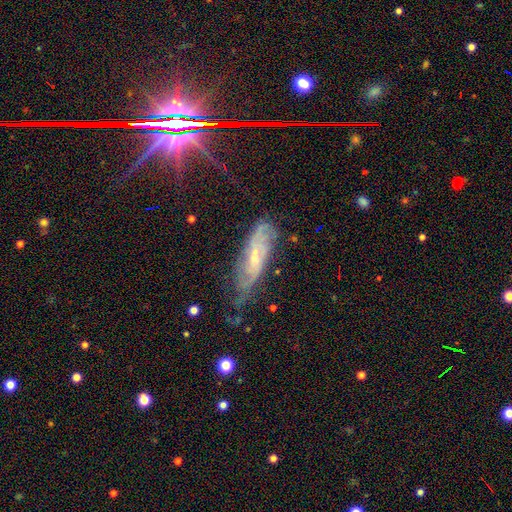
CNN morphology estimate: Smooth or featured? Predicted: featured or disk (p=0.69). Edge-on disk? Predicted: no (p=0.75). Bar? Predicted: no (p=0.50). Spiral arms? Predicted: yes (p=0.88). Bulge size? Predicted: small (p=0.66). Merging? Predicted: none (p=0.60).